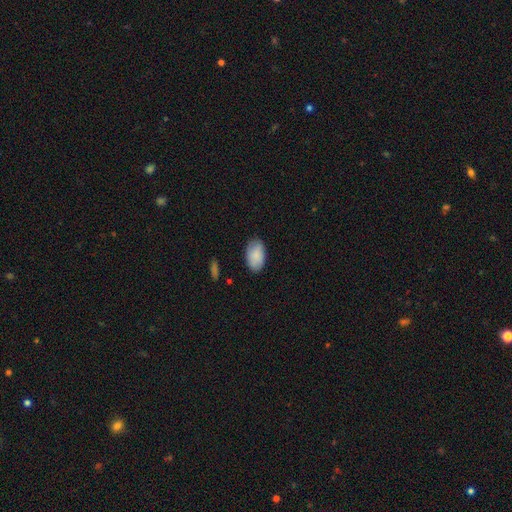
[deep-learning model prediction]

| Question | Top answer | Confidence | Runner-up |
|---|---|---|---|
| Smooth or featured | smooth | 87% | featured or disk (7%) |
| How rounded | in between | 93% | round (5%) |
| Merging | none | 83% | minor disturbance (13%) |